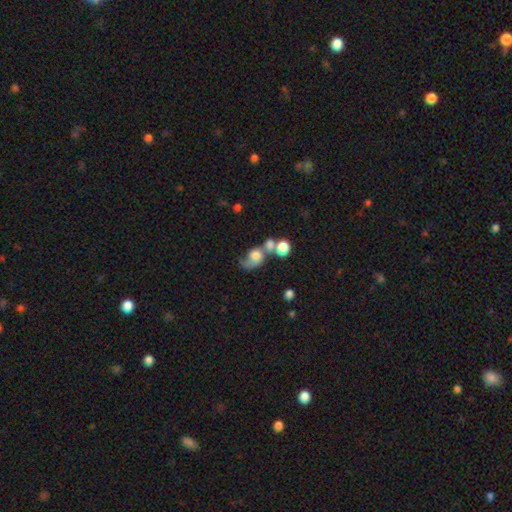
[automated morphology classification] Overall: smooth (52%; featured or disk 35%). How rounded: round (51%; in between 47%). Merging: merger (46%; major disturbance 22%).